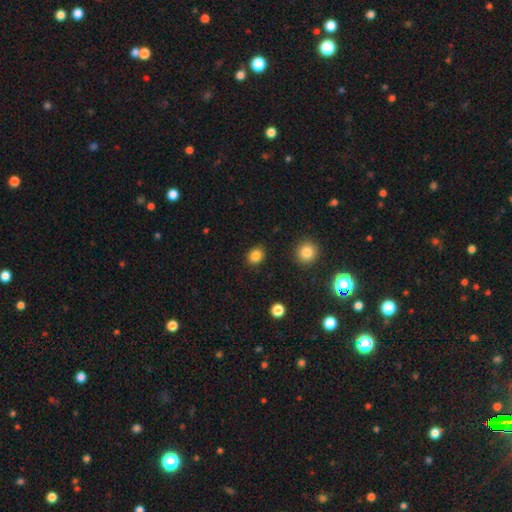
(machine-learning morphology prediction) Smooth or featured? Predicted: smooth (p=0.85). How rounded? Predicted: round (p=0.60). Merging? Predicted: none (p=0.88).